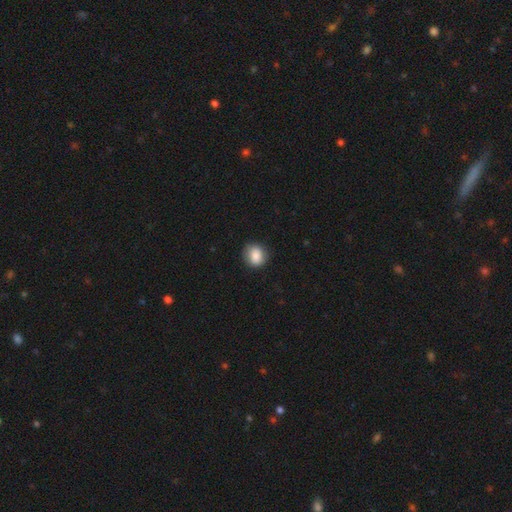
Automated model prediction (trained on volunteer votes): Morphology: type=smooth (86%); roundness=round (76%); merging=none (83%).